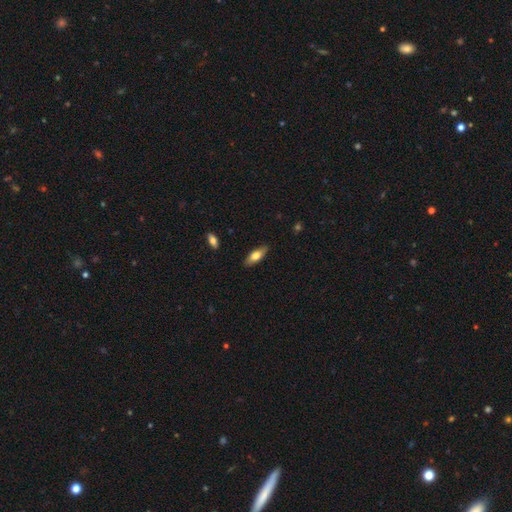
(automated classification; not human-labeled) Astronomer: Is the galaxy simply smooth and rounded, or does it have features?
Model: smooth — 69%.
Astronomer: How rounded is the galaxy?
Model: in between — 69%.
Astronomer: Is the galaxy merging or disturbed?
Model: none — 86%.